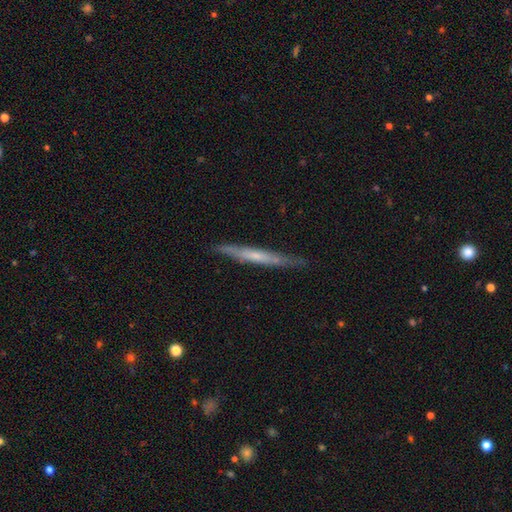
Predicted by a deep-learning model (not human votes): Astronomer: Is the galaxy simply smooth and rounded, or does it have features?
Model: featured or disk — 52% (runner-up: smooth, 42%).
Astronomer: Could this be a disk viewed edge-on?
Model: yes — 93%.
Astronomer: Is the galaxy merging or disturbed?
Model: none — 85%.